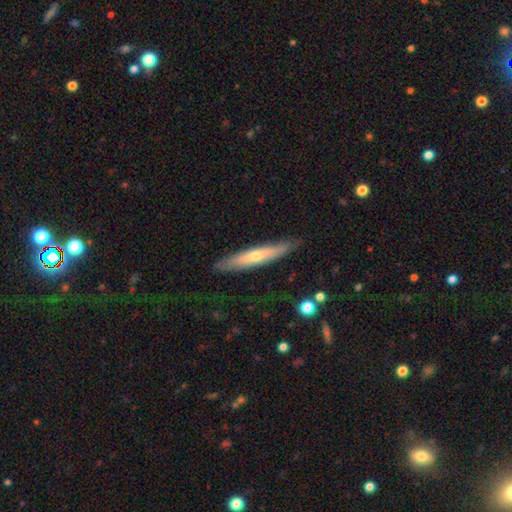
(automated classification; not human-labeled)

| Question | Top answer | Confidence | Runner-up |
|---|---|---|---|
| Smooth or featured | featured or disk | 49% | smooth (45%) |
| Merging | none | 85% | minor disturbance (12%) |